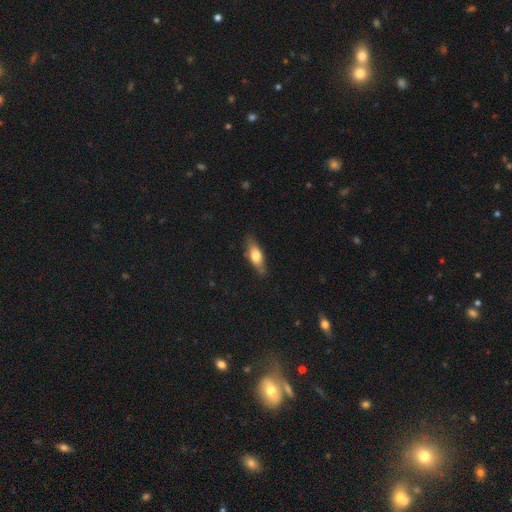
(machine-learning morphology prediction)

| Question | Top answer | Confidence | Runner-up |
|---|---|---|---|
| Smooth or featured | smooth | 64% | featured or disk (29%) |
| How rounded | in between | 64% | cigar-shaped (33%) |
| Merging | none | 76% | minor disturbance (19%) |